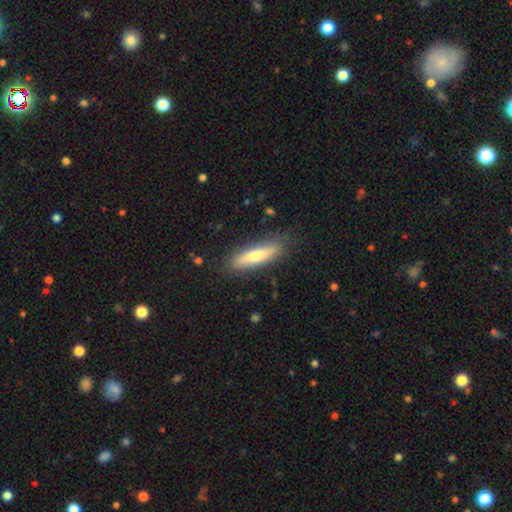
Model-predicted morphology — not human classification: Smooth or featured? smooth (63%)
How rounded? cigar-shaped (73%)
Merging? none (83%)